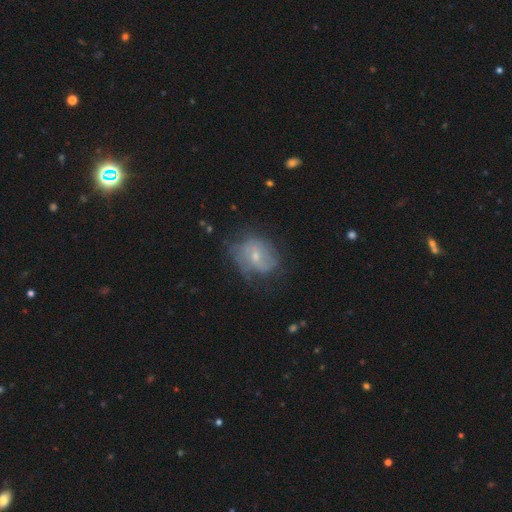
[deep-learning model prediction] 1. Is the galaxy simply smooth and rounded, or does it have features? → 57% featured or disk, 34% smooth, 9% star or artifact.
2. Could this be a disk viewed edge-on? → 96% no, 4% yes.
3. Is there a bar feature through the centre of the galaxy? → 52% no, 41% weak, 7% strong.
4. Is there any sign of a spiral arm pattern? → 67% yes, 33% no.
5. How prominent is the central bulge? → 60% small, 35% moderate, 3% none, 2% large, 1% dominant.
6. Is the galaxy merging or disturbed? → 52% none, 28% minor disturbance, 18% major disturbance, 2% merger.